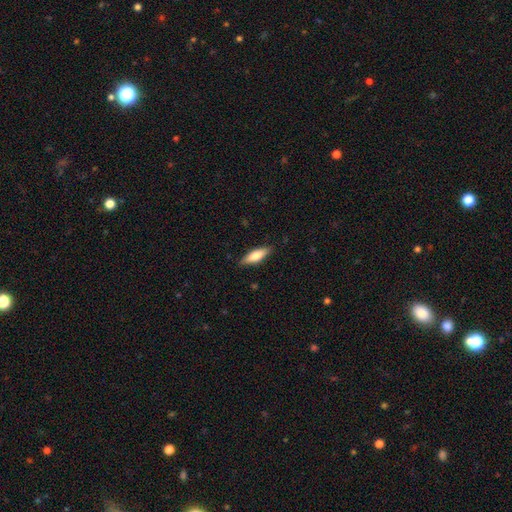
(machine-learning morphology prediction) Smooth or featured?
  - smooth: 68% *
  - featured or disk: 26%
  - star or artifact: 6%
How rounded?
  - in between: 49% * (tied)
  - cigar-shaped: 49% * (tied)
  - round: 2%
Merging?
  - none: 87% *
  - minor disturbance: 10%
  - major disturbance: 2%
  - merger: 1%